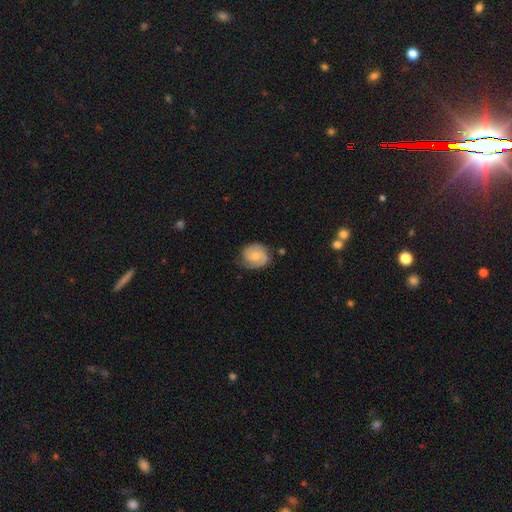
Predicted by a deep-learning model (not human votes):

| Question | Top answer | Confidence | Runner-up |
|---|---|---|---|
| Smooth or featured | featured or disk | 55% | smooth (39%) |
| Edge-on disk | no | 98% | yes (2%) |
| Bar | no | 64% | weak (32%) |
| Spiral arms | yes | 90% | no (10%) |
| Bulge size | small | 47% | moderate (43%) |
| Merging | none | 66% | minor disturbance (25%) |